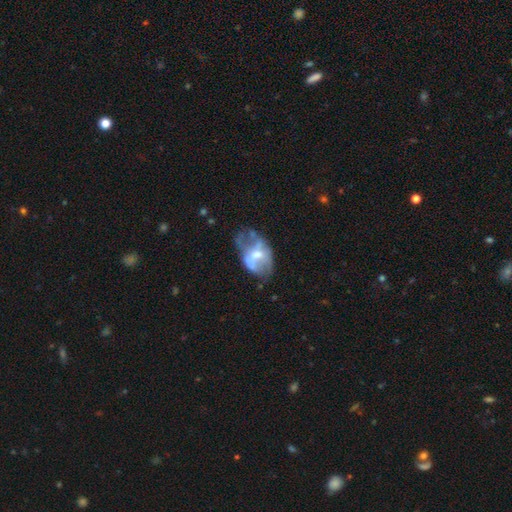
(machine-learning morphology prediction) smooth_or_featured: featured or disk (p=0.58) [alt: smooth p=0.33]
disk_edge_on: no (p=0.96) [alt: yes p=0.04]
bar: no (p=0.54) [alt: weak p=0.35]
has_spiral_arms: no (p=0.65) [alt: yes p=0.35]
bulge_size: moderate (p=0.45) [alt: small p=0.28]
merging: none (p=0.33) [tied with: major disturbance p=0.33]